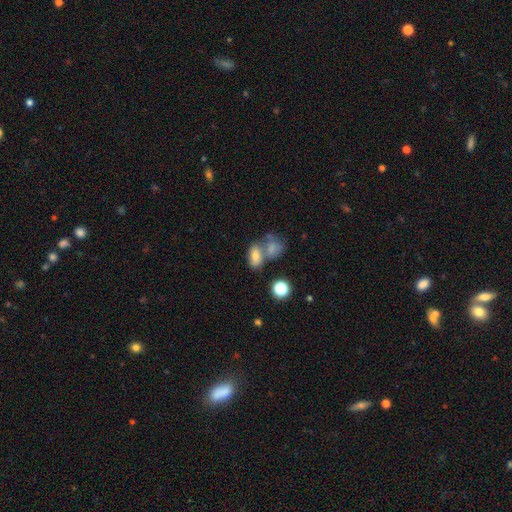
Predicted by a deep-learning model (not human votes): A smooth galaxy with no disk features (73%) that is in between round and cigar-shaped (84%).

Vote fractions:
- Smooth or featured? smooth: 73% / featured or disk: 15% / star or artifact: 13%
- How rounded? in between: 84% / round: 12% / cigar-shaped: 3%
- Merging? merger: 46% / none: 35% / minor disturbance: 12% / major disturbance: 7%